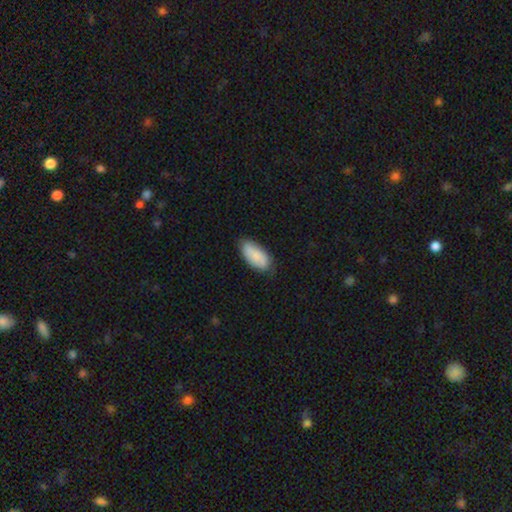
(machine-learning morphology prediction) Smooth or featured? smooth (84%)
How rounded? in between (93%)
Merging? none (76%)